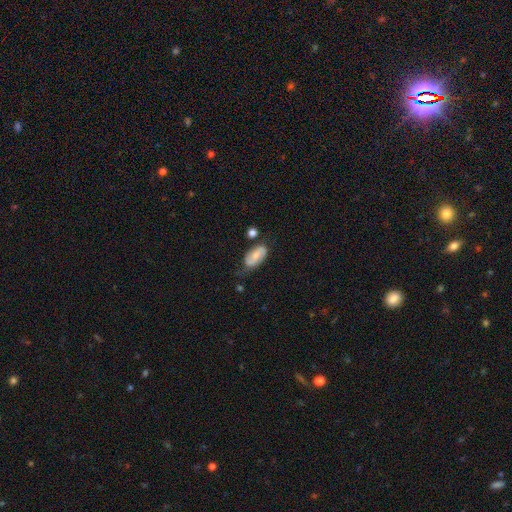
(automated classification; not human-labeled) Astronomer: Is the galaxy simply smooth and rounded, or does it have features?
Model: smooth — 57% (runner-up: featured or disk, 36%).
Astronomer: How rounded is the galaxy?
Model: in between — 91%.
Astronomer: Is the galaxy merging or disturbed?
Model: none — 55%.